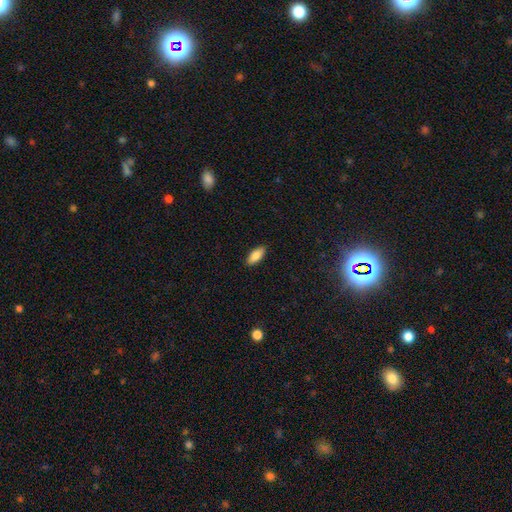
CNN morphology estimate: Q: Smooth or featured?
A: smooth (86%); runner-up: featured or disk (7%)
Q: How rounded?
A: in between (84%); runner-up: cigar-shaped (14%)
Q: Merging?
A: none (89%); runner-up: minor disturbance (8%)